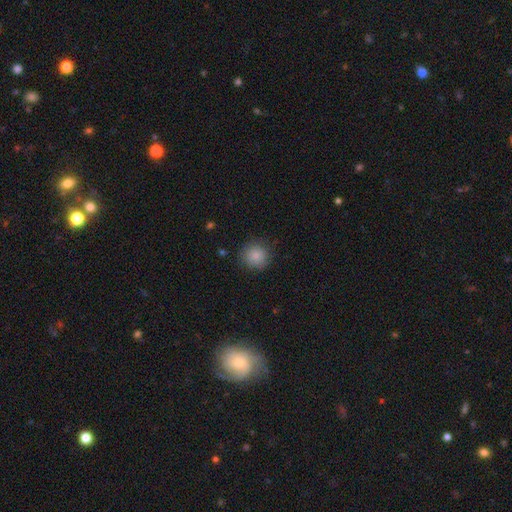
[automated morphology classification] Smooth or featured? smooth (86%)
How rounded? round (92%)
Merging? none (85%)